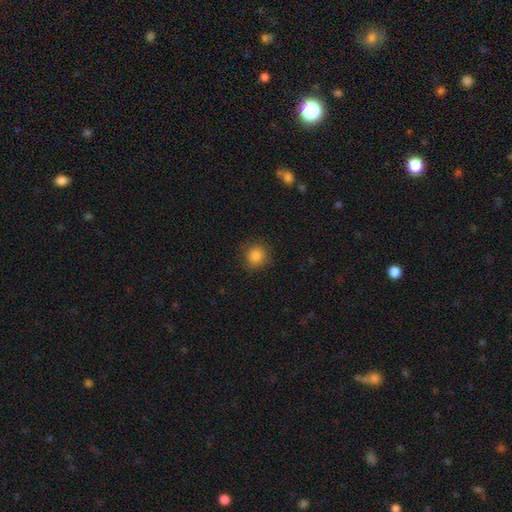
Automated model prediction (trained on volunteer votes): The model was most divided on "smooth or featured": smooth: 85%, star or artifact: 11%, featured or disk: 4%. More confident: how rounded — round (92%); merging — none (88%).